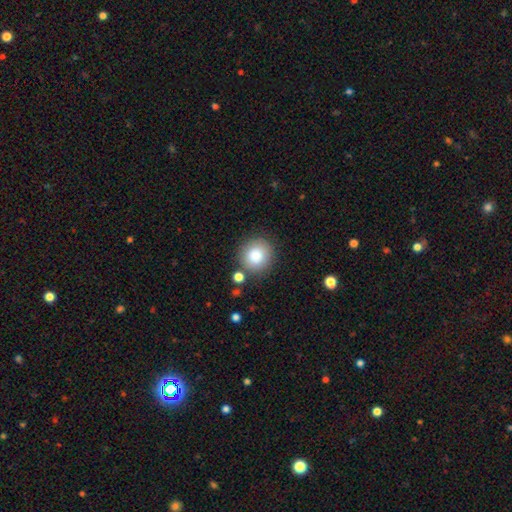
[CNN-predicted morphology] A smooth galaxy with no disk features (85%) that is round (90%).

Vote fractions:
- Smooth or featured? smooth: 85% / star or artifact: 9% / featured or disk: 7%
- How rounded? round: 90% / in between: 9% / cigar-shaped: 1%
- Merging? none: 82% / minor disturbance: 9% / merger: 5% / major disturbance: 3%